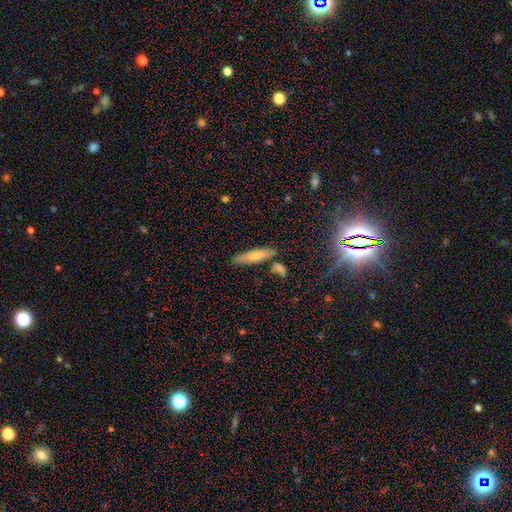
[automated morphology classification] smooth_or_featured: smooth (p=0.72) [alt: featured or disk p=0.21]
how_rounded: cigar-shaped (p=0.77) [alt: in between p=0.22]
merging: none (p=0.79) [alt: minor disturbance p=0.11]